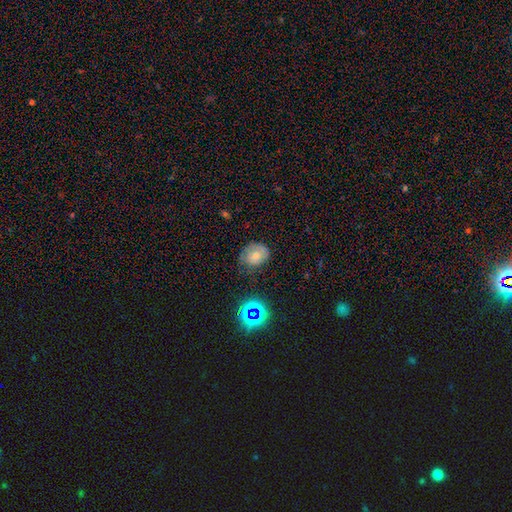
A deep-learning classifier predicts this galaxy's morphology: type=smooth (66%); roundness=in between (50%); merging=none (59%).